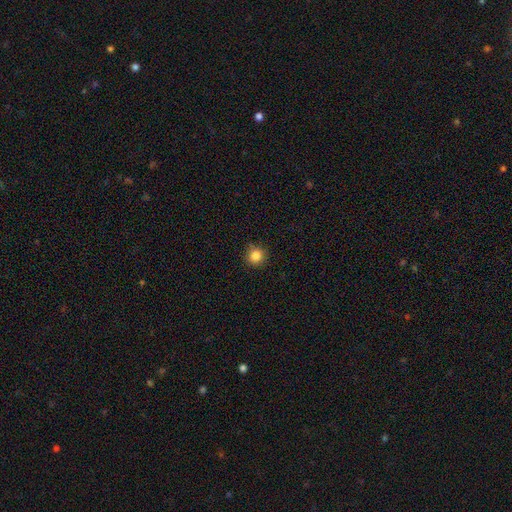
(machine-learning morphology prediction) This is clearly a smooth galaxy (84%). How rounded: clearly round (93%). Merging: clearly none (86%).